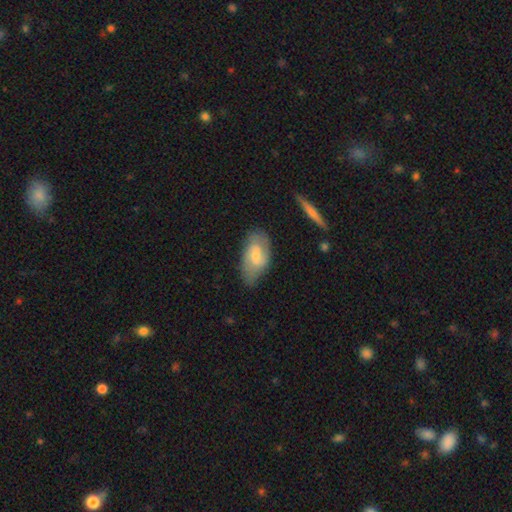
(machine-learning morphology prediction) Overall: featured or disk (54%; smooth 40%). Edge-on disk: no (94%). Bar: weak (49%; no 42%). Spiral arms: yes (84%). Bulge size: small (49%; moderate 40%). Merging: none (65%; minor disturbance 25%).